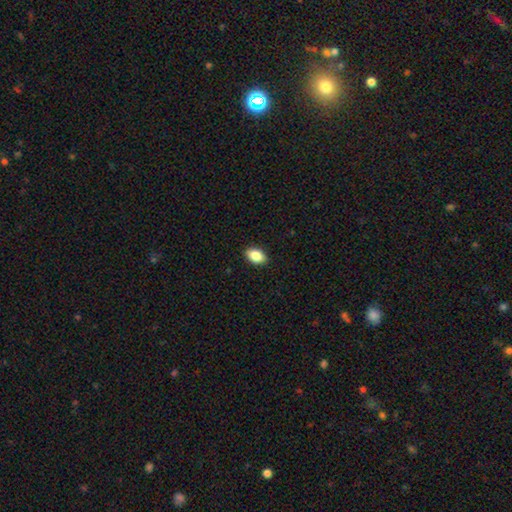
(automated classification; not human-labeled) This is clearly a smooth galaxy (86%). How rounded: clearly in between (88%). Merging: clearly none (90%).